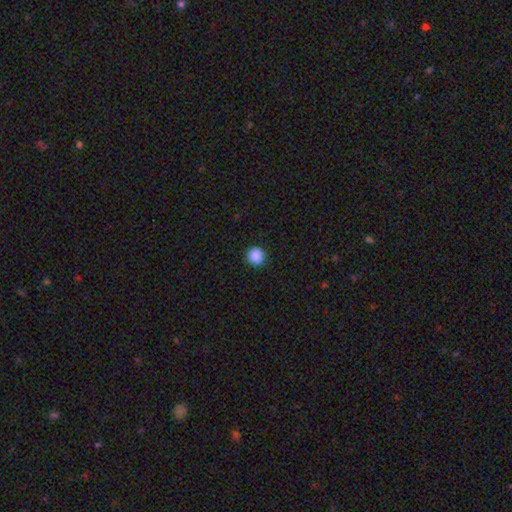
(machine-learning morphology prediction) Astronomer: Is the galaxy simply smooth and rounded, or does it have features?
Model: smooth — 89%.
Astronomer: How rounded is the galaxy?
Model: round — 93%.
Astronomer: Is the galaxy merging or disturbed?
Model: none — 92%.